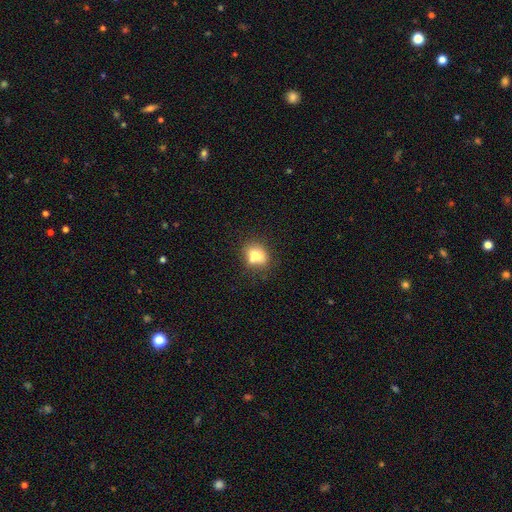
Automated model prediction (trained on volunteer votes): Smooth or featured?
  - smooth: 70% *
  - featured or disk: 20%
  - star or artifact: 10%
How rounded?
  - in between: 50% *
  - round: 48%
  - cigar-shaped: 3%
Merging?
  - none: 57% *
  - merger: 23%
  - minor disturbance: 15%
  - major disturbance: 5%